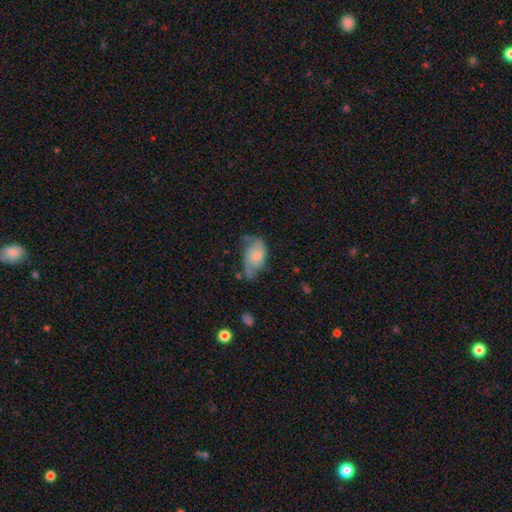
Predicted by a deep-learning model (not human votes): Smooth or featured? smooth (56%)
How rounded? in between (91%)
Merging? none (40%)